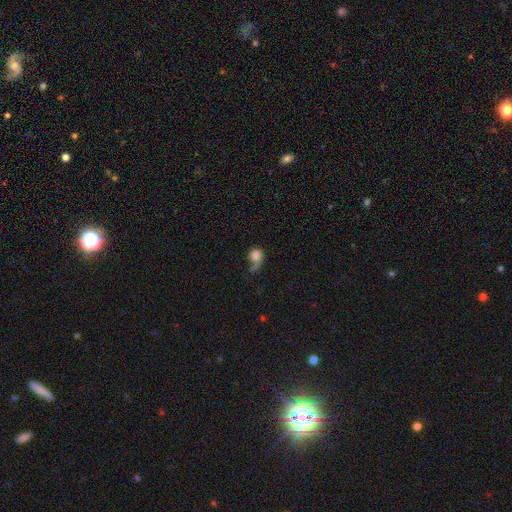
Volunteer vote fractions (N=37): Smooth or featured? smooth (84%)
How rounded? round (81%)
Merging? none (43%)